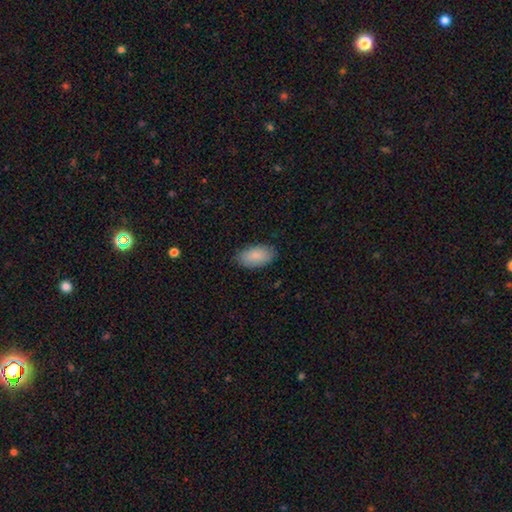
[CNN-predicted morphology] Smooth or featured?
  - smooth: 87% *
  - featured or disk: 6%
  - star or artifact: 6%
How rounded?
  - in between: 95% *
  - round: 3%
  - cigar-shaped: 2%
Merging?
  - none: 85% *
  - minor disturbance: 12%
  - major disturbance: 3%
  - merger: 1%